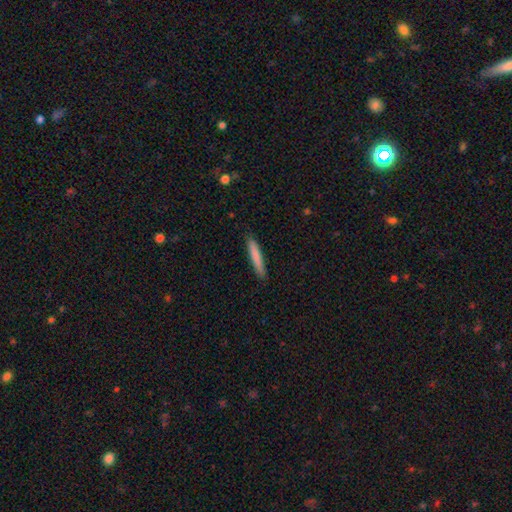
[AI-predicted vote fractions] The model was most divided on "smooth or featured": smooth: 81%, featured or disk: 14%, star or artifact: 6%. More confident: how rounded — cigar-shaped (94%); merging — none (89%).